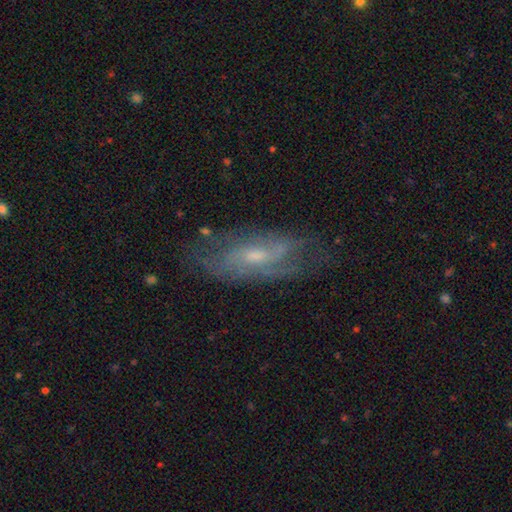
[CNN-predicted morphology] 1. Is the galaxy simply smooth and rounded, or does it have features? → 73% featured or disk, 19% smooth, 8% star or artifact.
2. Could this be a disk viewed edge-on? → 86% no, 14% yes.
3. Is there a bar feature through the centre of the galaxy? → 46% weak, 43% no, 11% strong.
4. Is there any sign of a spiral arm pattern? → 85% yes, 15% no.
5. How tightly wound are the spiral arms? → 43% medium, 33% tight, 24% loose.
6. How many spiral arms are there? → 47% 2, 36% can't tell, 6% 3, 6% 1, 3% 4, 2% more than 4.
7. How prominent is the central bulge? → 52% small, 39% moderate, 6% none, 2% large, 1% dominant.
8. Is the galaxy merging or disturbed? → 68% none, 21% minor disturbance, 10% major disturbance, 2% merger.